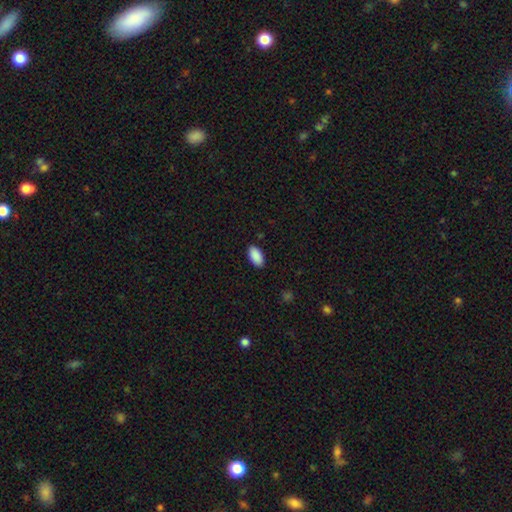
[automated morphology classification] The model was most divided on "merging": none: 88%, minor disturbance: 9%, major disturbance: 2%, merger: 1%. More confident: how rounded — in between (95%); smooth or featured — smooth (91%).